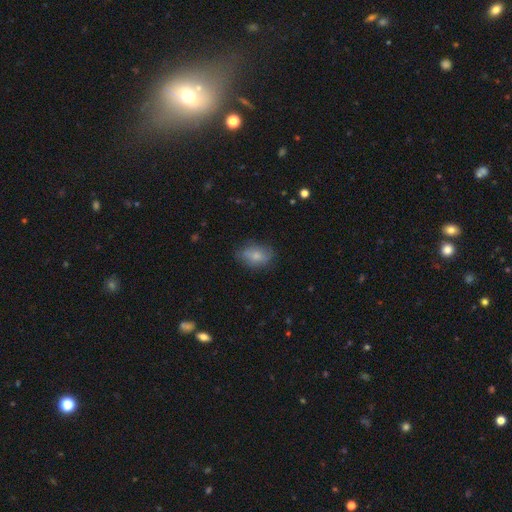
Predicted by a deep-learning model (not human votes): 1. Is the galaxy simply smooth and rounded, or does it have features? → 74% smooth, 18% featured or disk, 8% star or artifact.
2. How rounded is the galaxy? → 84% in between, 14% round, 2% cigar-shaped.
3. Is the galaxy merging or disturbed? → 71% none, 22% minor disturbance, 6% major disturbance, 1% merger.